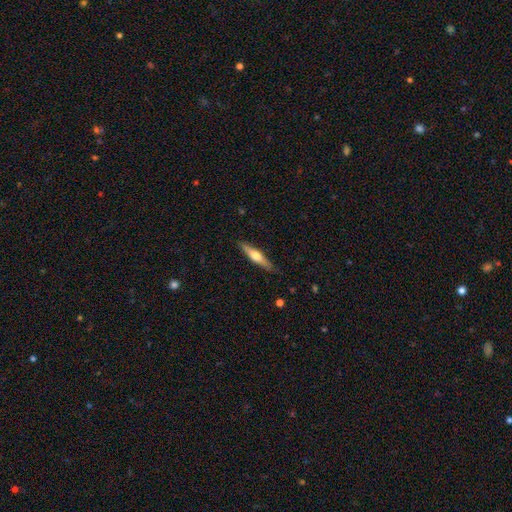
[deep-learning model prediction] Smooth or featured?
  - featured or disk: 52% *
  - smooth: 43%
  - star or artifact: 5%
Edge-on disk?
  - yes: 94% *
  - no: 6%
Merging?
  - none: 87% *
  - minor disturbance: 10%
  - major disturbance: 2%
  - merger: 1%